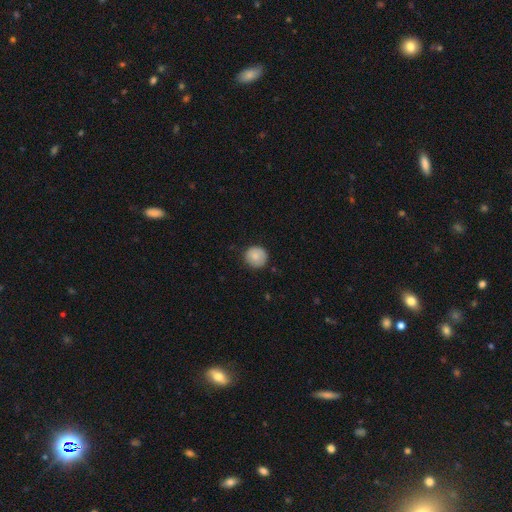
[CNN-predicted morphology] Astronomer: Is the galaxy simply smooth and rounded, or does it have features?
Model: smooth — 82%.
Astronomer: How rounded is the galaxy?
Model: round — 93%.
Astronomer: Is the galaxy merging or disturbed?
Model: none — 83%.